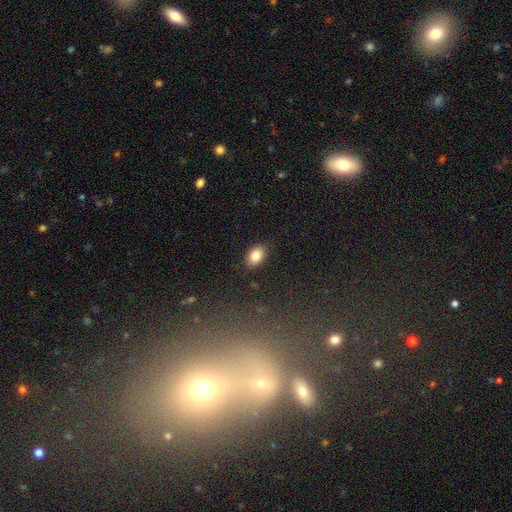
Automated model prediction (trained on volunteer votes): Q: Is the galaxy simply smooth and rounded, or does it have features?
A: smooth — 85%.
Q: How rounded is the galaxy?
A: in between — 83%.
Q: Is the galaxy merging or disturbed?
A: none — 87%.